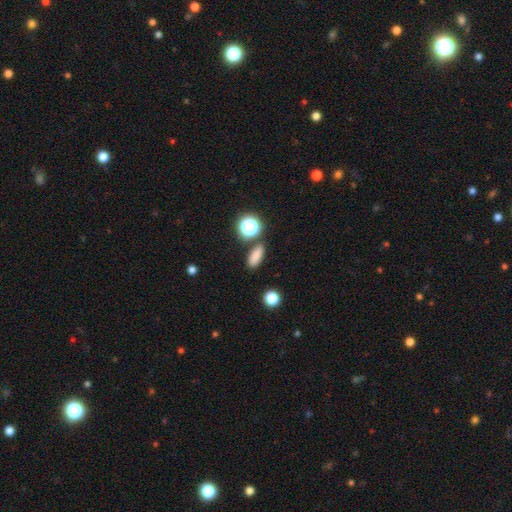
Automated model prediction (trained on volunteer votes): smooth_or_featured: smooth (p=0.81) [alt: star or artifact p=0.14]
how_rounded: in between (p=0.72) [alt: cigar-shaped p=0.15]
merging: none (p=0.83) [alt: minor disturbance p=0.09]